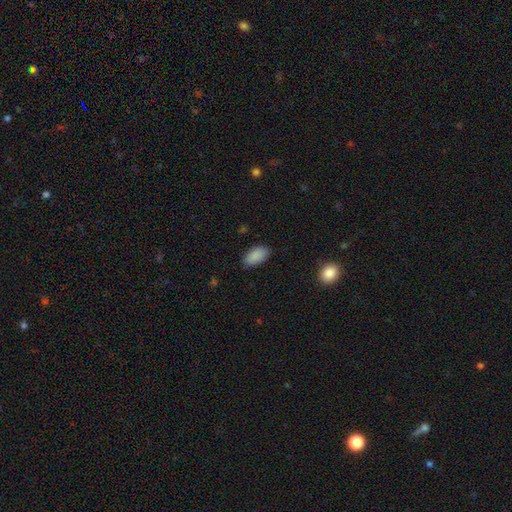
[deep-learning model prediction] smooth 89%, star or artifact 7%, featured or disk 4%. Down the decision tree: how rounded — in between (94%); merging — none (84%).